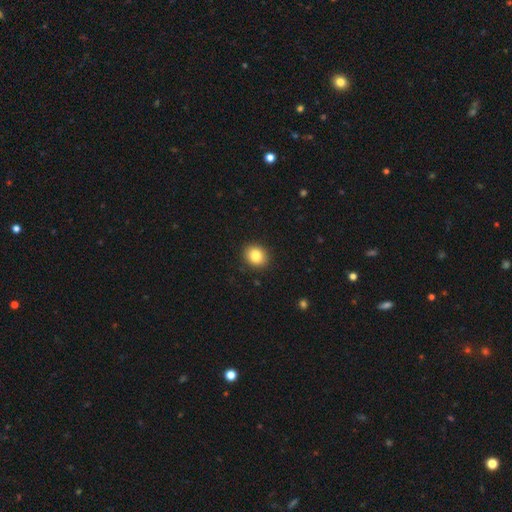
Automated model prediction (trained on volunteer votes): This is clearly a smooth galaxy (84%). How rounded: likely round (68%). Merging: clearly none (91%).